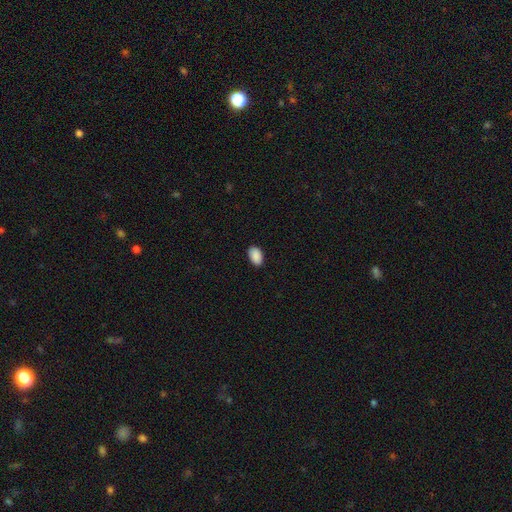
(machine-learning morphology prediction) This is clearly a smooth galaxy (90%). How rounded: clearly in between (92%). Merging: clearly none (87%).